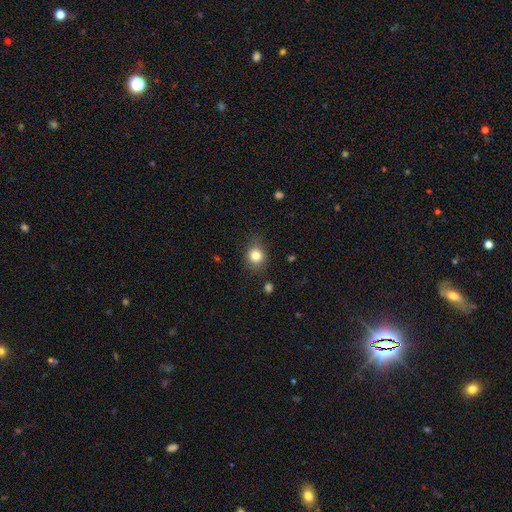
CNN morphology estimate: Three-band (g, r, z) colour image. It shows a smooth galaxy with no disk features (82%) that is round (70%). Merging: none (78%).